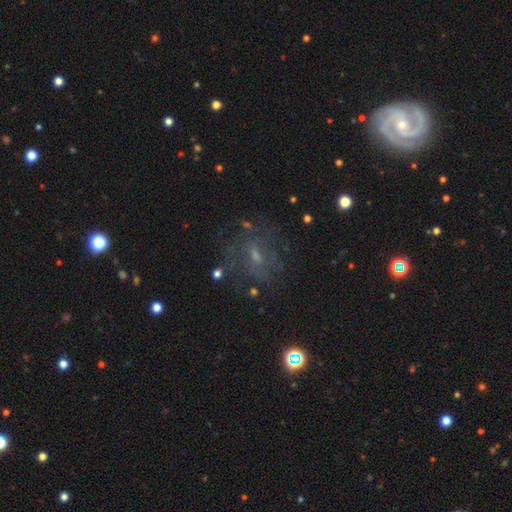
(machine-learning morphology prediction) featured or disk 48%, star or artifact 26%, smooth 26%. Down the decision tree: merging — none (68%).